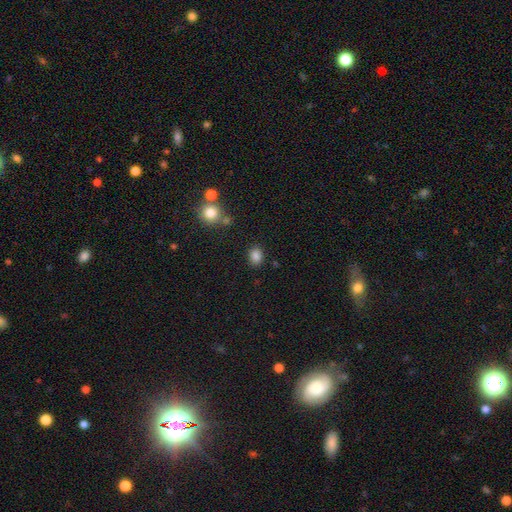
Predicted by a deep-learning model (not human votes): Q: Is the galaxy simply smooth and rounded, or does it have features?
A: smooth — 85%.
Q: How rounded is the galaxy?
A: in between — 61%.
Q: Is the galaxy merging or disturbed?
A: none — 84%.